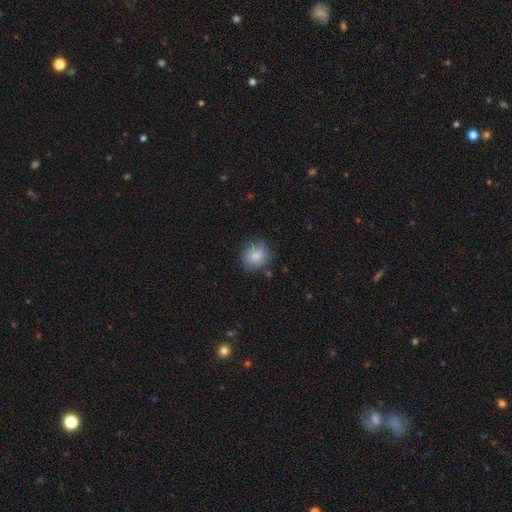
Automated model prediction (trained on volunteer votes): Smooth or featured? smooth (84%)
How rounded? round (79%)
Merging? none (77%)